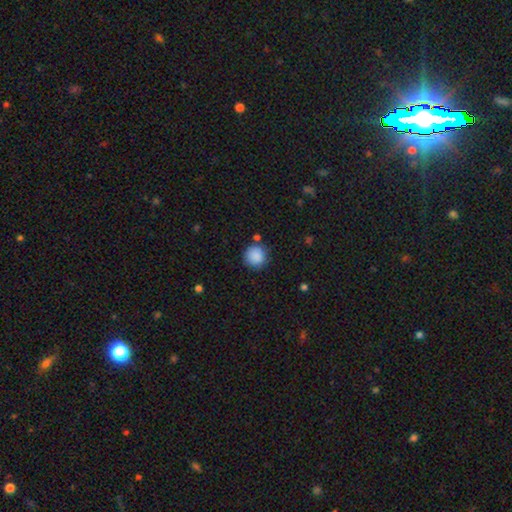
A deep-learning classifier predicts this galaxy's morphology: Smooth or featured?
  - smooth: 88% *
  - star or artifact: 8%
  - featured or disk: 3%
How rounded?
  - round: 94% *
  - in between: 5%
  - cigar-shaped: 1%
Merging?
  - none: 83% *
  - minor disturbance: 11%
  - merger: 4%
  - major disturbance: 3%